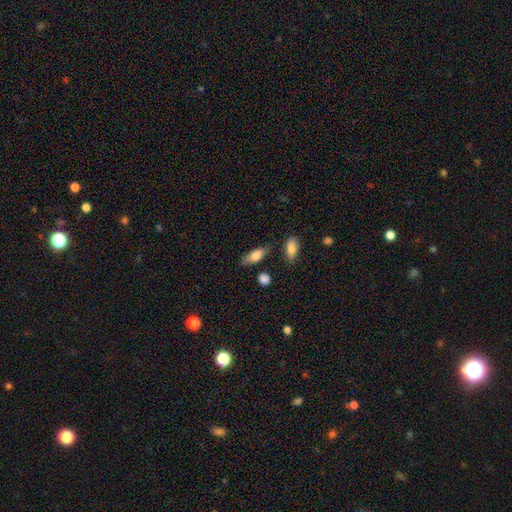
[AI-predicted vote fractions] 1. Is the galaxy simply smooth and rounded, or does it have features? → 73% smooth, 20% featured or disk, 7% star or artifact.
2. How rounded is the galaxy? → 71% in between, 25% cigar-shaped, 4% round.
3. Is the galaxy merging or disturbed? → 74% none, 18% minor disturbance, 5% merger, 4% major disturbance.